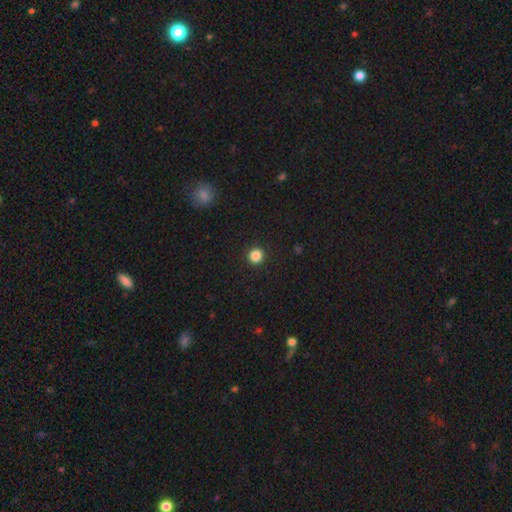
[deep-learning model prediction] A smooth galaxy with no disk features (85%) that is round (93%).

Vote fractions:
- Smooth or featured? smooth: 85% / star or artifact: 11% / featured or disk: 3%
- How rounded? round: 93% / in between: 6% / cigar-shaped: 1%
- Merging? none: 93% / minor disturbance: 4% / major disturbance: 2% / merger: 1%